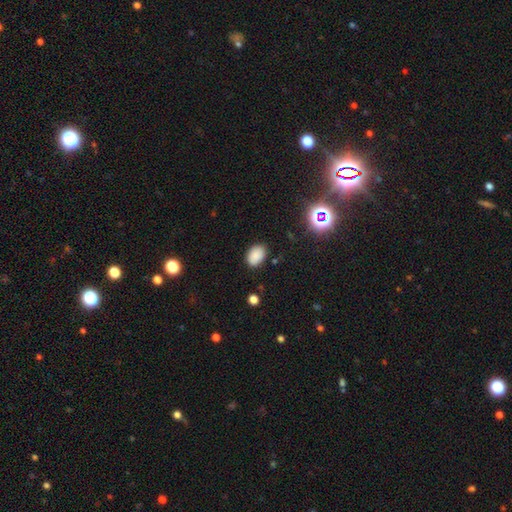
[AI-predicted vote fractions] A smooth galaxy with no disk features (84%) that is in between round and cigar-shaped (83%). Merging: none (85%).